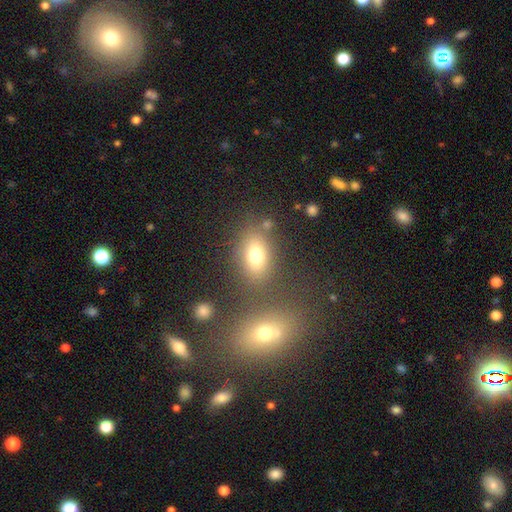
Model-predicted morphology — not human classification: The model was most divided on "how rounded": in between: 69%, round: 28%, cigar-shaped: 3%. More confident: merging — none (74%); smooth or featured — smooth (74%).